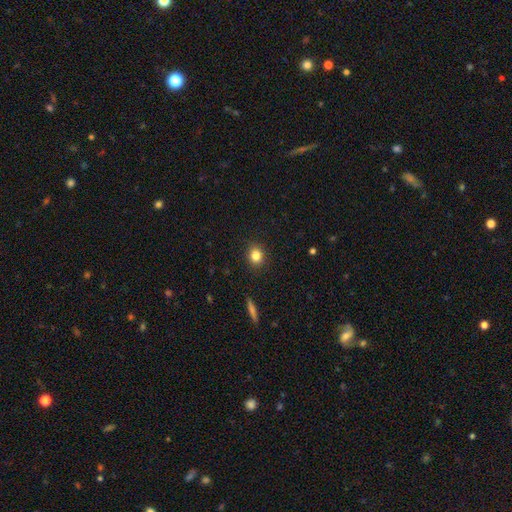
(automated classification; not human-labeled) Smooth or featured?
  - smooth: 83% *
  - star or artifact: 11%
  - featured or disk: 7%
How rounded?
  - round: 73% *
  - in between: 26%
  - cigar-shaped: 1%
Merging?
  - none: 90% *
  - minor disturbance: 7%
  - major disturbance: 2%
  - merger: 1%